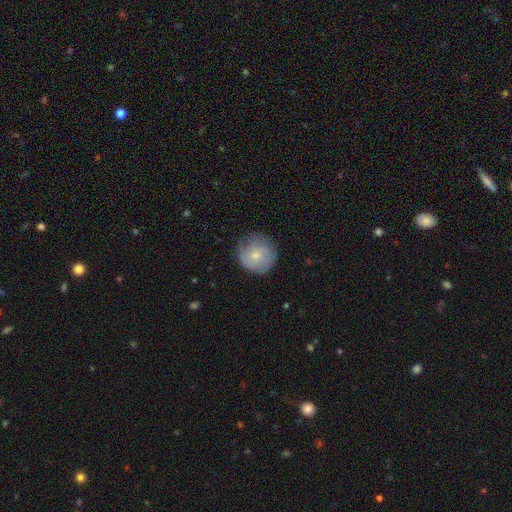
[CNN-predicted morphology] The model was most divided on "smooth or featured": smooth: 64%, featured or disk: 29%, star or artifact: 7%. More confident: how rounded — round (93%); merging — none (75%).